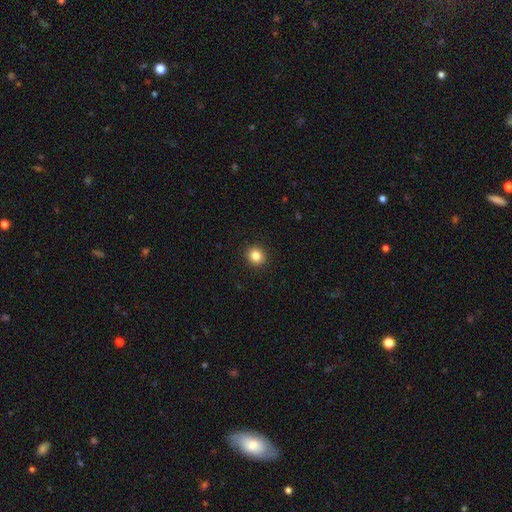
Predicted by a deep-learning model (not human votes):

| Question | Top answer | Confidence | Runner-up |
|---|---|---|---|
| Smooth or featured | smooth | 84% | star or artifact (11%) |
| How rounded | round | 88% | in between (11%) |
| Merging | none | 93% | minor disturbance (5%) |